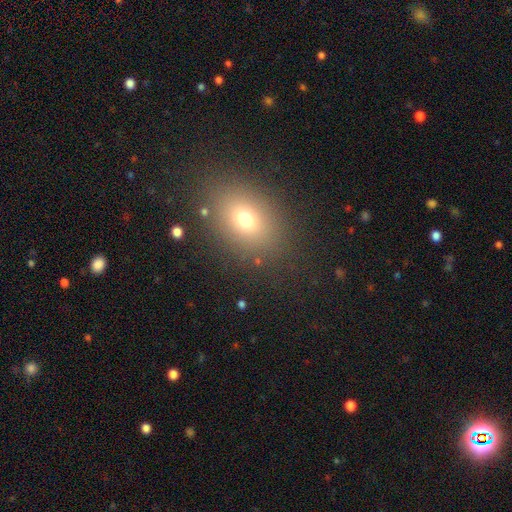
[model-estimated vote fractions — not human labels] Smooth or featured? Predicted: smooth (p=0.68). How rounded? Predicted: in between (p=0.64). Merging? Predicted: none (p=0.87).